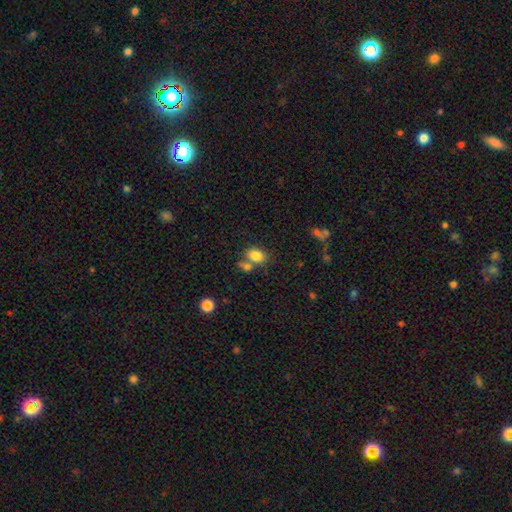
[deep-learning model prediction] This appears to be a smooth galaxy with no disk features (82%) that is in between round and cigar-shaped (75%). Merging: none (50%).